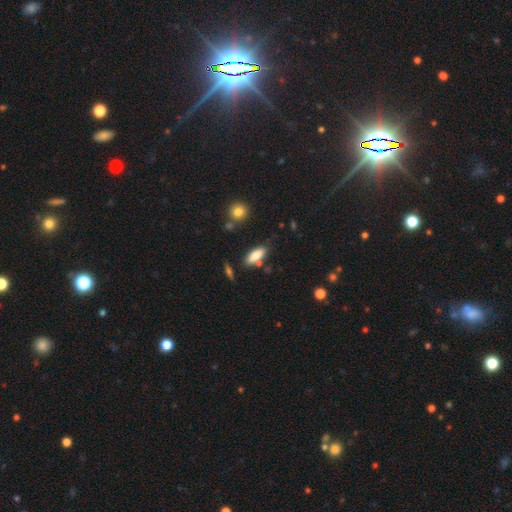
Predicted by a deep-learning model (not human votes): Morphology: type=smooth (81%); roundness=in between (74%); merging=none (70%).